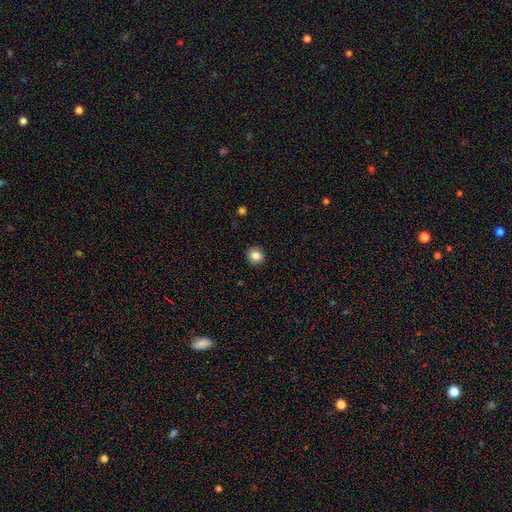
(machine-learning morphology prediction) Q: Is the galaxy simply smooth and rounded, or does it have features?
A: smooth — 83%.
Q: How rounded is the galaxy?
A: round — 88%.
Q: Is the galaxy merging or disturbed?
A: none — 92%.